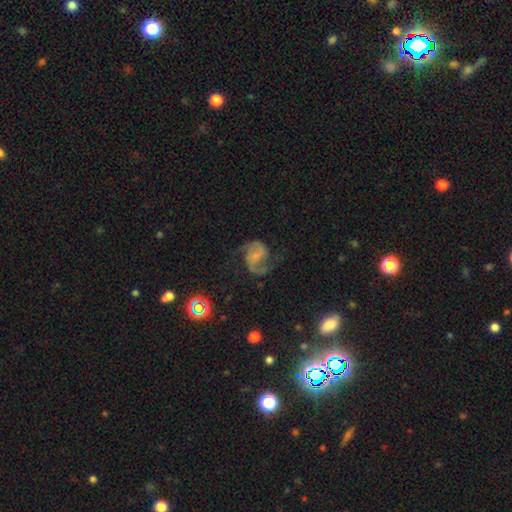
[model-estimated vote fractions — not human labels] This is clearly a featured or disk galaxy (83%). It is clearly not viewed edge-on (98%). Bar: marginally weak (44%). Spiral arm pattern: clearly yes (96%). Spiral arm count: clearly 2 (92%). Spiral winding: possibly medium (50%). Central bulge: possibly small (49%). Merging: likely none (70%).